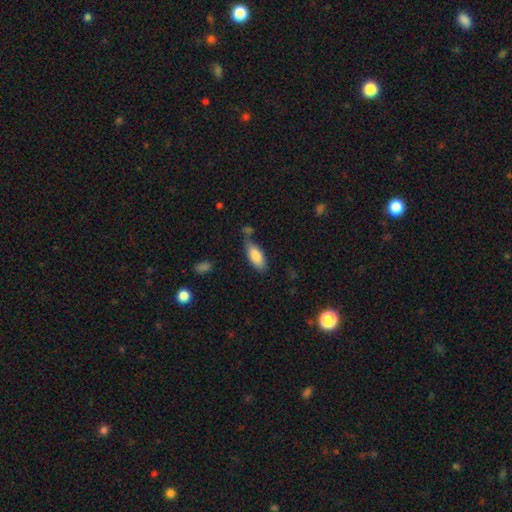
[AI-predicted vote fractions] smooth 84%, featured or disk 9%, star or artifact 6%. Down the decision tree: how rounded — in between (79%); merging — none (64%).